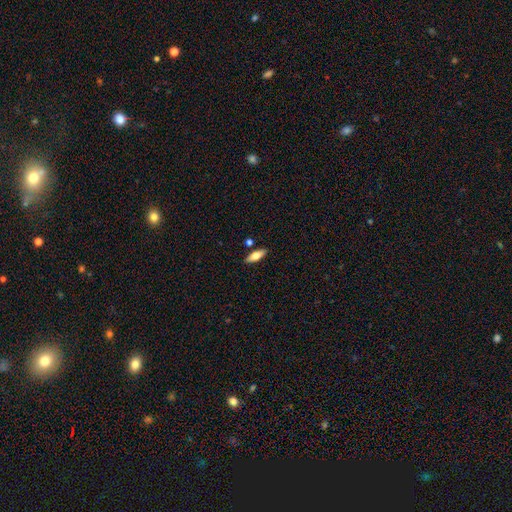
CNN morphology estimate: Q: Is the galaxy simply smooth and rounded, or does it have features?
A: smooth — 70%.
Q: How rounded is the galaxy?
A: in between — 68%.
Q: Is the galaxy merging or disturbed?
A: none — 85%.